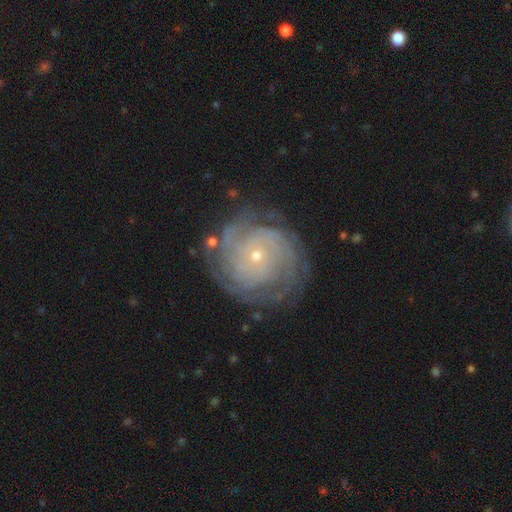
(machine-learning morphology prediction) A featured or disk galaxy (83%) with no bar (82%), tight (77%) spiral arms (95%) and a small central bulge (84%).

Vote fractions:
- Smooth or featured? featured or disk: 83% / smooth: 10% / star or artifact: 7%
- Edge-on disk? no: 97% / yes: 3%
- Bar? no: 82% / weak: 14% / strong: 4%
- Spiral arms? yes: 95% / no: 5%
- Spiral winding? tight: 77% / medium: 18% / loose: 4%
- Spiral arm count? can't tell: 34% / 4: 18% / 3: 15% / 2: 14% / more than 4: 12% / 1: 7%
- Bulge size? small: 84% / moderate: 13% / large: 1% / none: 1% / dominant: 1%
- Merging? none: 76% / minor disturbance: 15% / major disturbance: 6% / merger: 2%